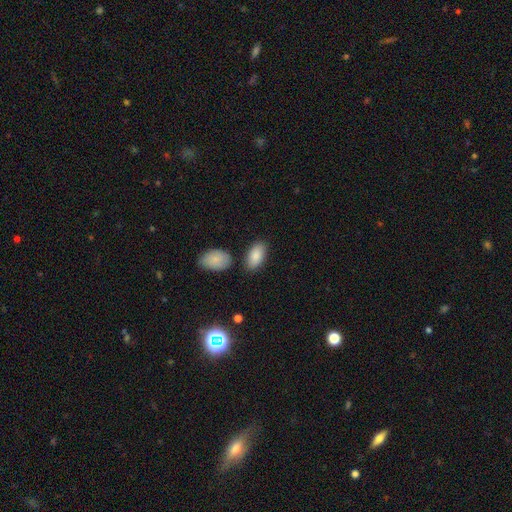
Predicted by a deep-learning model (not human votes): A smooth galaxy with no disk features (87%) that is in between round and cigar-shaped (94%).

Vote fractions:
- Smooth or featured? smooth: 87% / featured or disk: 7% / star or artifact: 6%
- How rounded? in between: 94% / cigar-shaped: 3% / round: 3%
- Merging? none: 78% / minor disturbance: 12% / merger: 7% / major disturbance: 3%